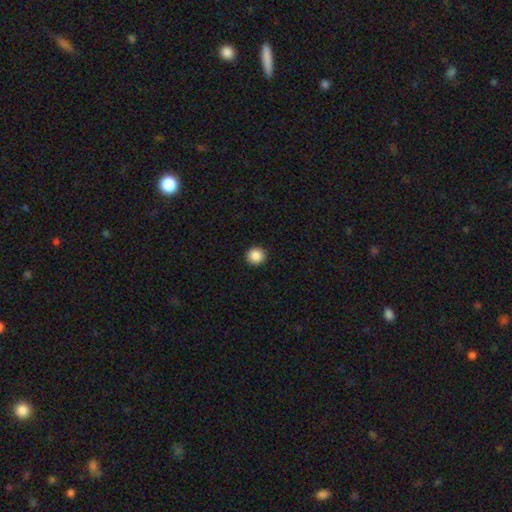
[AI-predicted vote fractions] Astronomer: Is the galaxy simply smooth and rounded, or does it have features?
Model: smooth — 88%.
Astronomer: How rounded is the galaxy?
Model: round — 94%.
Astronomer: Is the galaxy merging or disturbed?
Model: none — 93%.